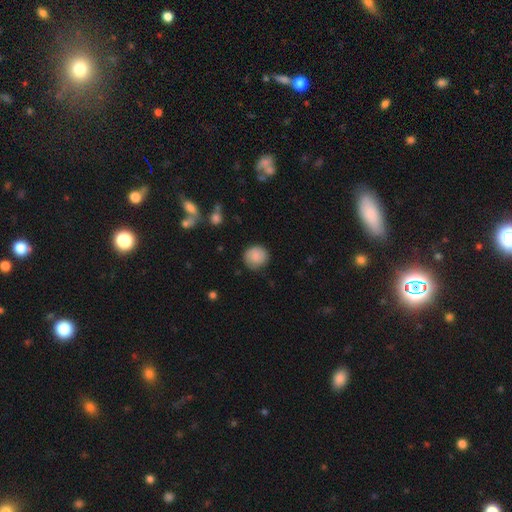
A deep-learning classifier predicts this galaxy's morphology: The model was most divided on "merging": none: 80%, minor disturbance: 15%, major disturbance: 4%, merger: 1%. More confident: how rounded — round (87%); smooth or featured — smooth (83%).